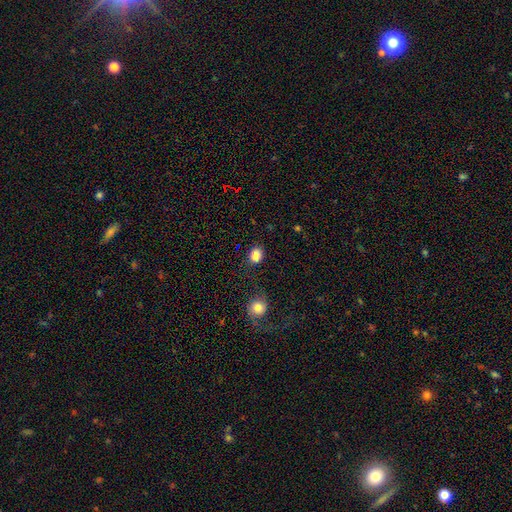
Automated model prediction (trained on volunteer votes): A smooth galaxy with no disk features (86%) that is in between round and cigar-shaped (51%). Merging: none (81%).